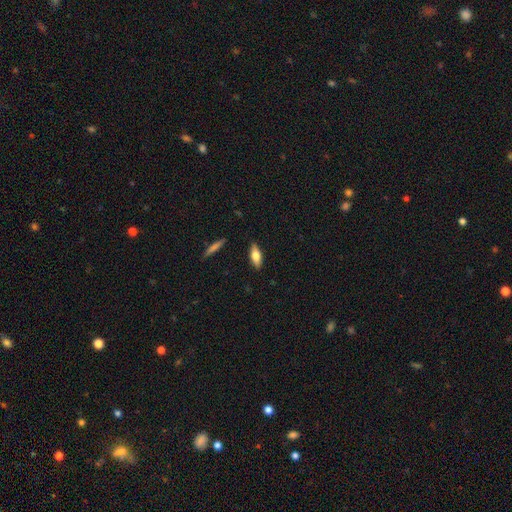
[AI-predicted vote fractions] Q: Smooth or featured?
A: smooth (62%); runner-up: featured or disk (31%)
Q: How rounded?
A: in between (67%); runner-up: cigar-shaped (30%)
Q: Merging?
A: none (87%); runner-up: minor disturbance (10%)